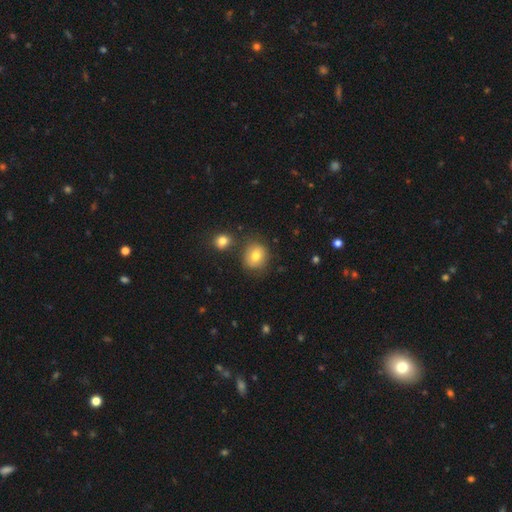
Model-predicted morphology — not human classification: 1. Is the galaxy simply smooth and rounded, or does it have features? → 77% smooth, 13% featured or disk, 11% star or artifact.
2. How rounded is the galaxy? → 78% round, 22% in between, 1% cigar-shaped.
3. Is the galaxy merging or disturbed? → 75% none, 14% minor disturbance, 7% merger, 4% major disturbance.